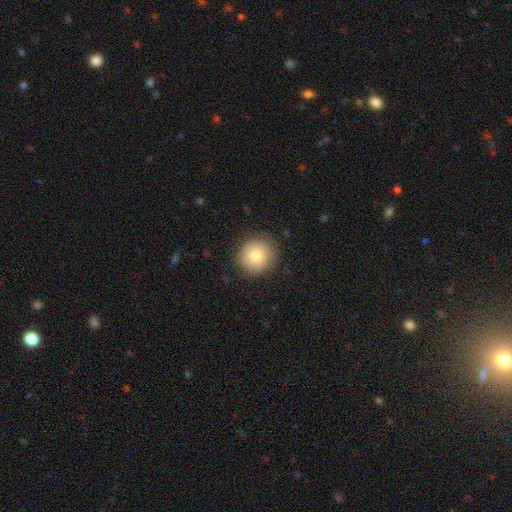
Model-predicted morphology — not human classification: A smooth galaxy with no disk features (78%) that is round (91%).

Vote fractions:
- Smooth or featured? smooth: 78% / featured or disk: 14% / star or artifact: 8%
- How rounded? round: 91% / in between: 8% / cigar-shaped: 1%
- Merging? none: 82% / minor disturbance: 14% / major disturbance: 4% / merger: 1%